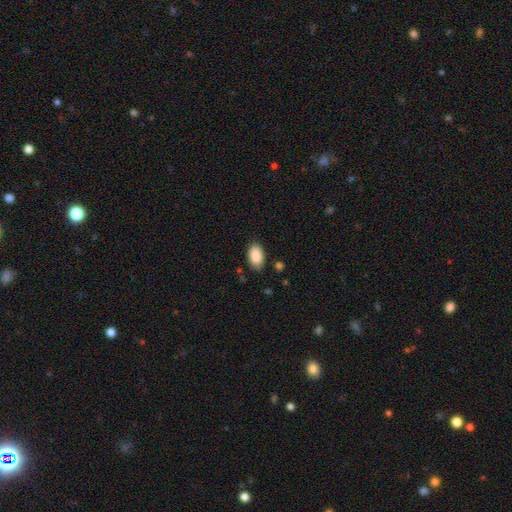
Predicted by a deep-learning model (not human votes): smooth 89%, star or artifact 7%, featured or disk 5%. Down the decision tree: how rounded — in between (94%); merging — none (84%).